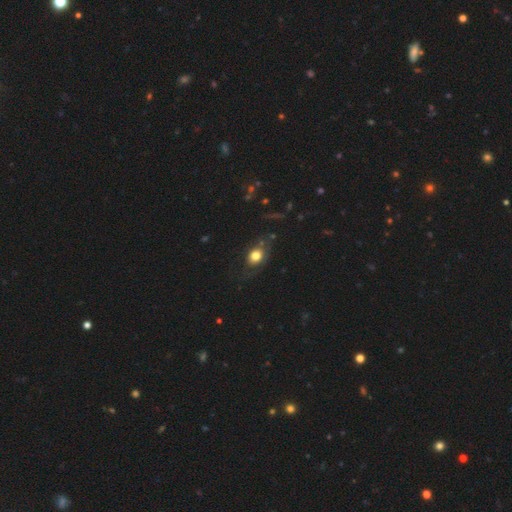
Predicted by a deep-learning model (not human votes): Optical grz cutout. It shows a smooth galaxy with no disk features (74%) that is in between round and cigar-shaped (57%). Merging: none (63%).